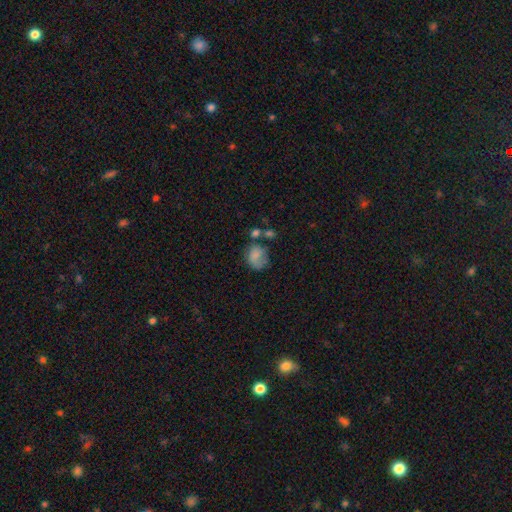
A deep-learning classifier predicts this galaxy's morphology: smooth_or_featured: smooth (p=0.75) [alt: featured or disk p=0.14]
how_rounded: round (p=0.50) [alt: in between p=0.49]
merging: none (p=0.37) [alt: minor disturbance p=0.27]